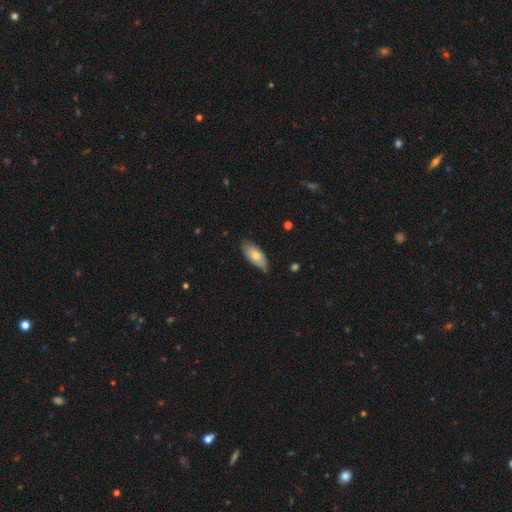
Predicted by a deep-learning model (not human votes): smooth_or_featured: smooth (p=0.68) [alt: featured or disk p=0.26]
how_rounded: in between (p=0.89) [alt: cigar-shaped p=0.09]
merging: none (p=0.71) [alt: minor disturbance p=0.25]